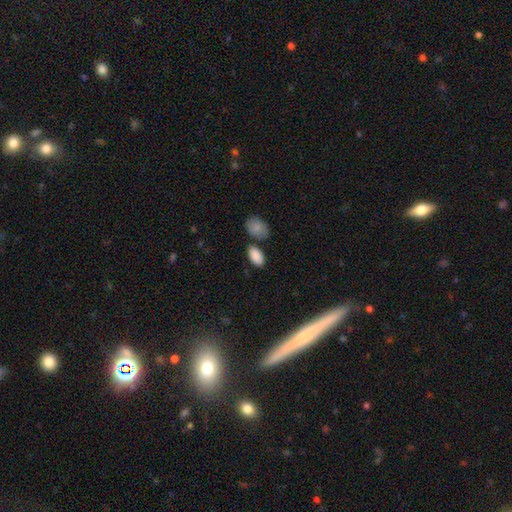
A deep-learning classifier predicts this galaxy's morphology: smooth-or-featured: smooth: 89% | star or artifact: 7% | featured or disk: 4%
  how-rounded: in between: 95% | round: 4% | cigar-shaped: 2%
  merging: none: 73% | minor disturbance: 13% | merger: 10% | major disturbance: 3%